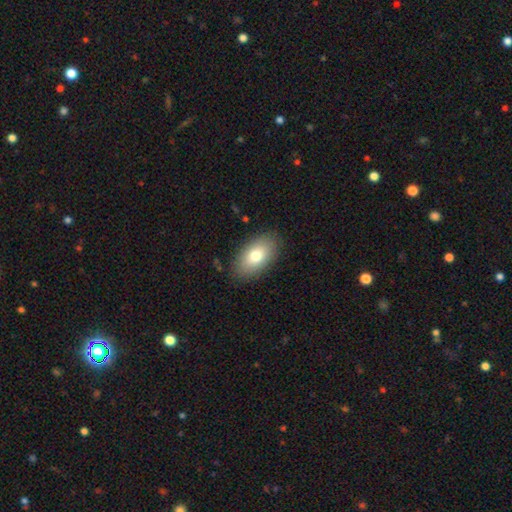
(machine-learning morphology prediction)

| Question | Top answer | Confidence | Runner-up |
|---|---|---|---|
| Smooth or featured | smooth | 77% | featured or disk (16%) |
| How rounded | in between | 93% | round (5%) |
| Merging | none | 87% | minor disturbance (10%) |